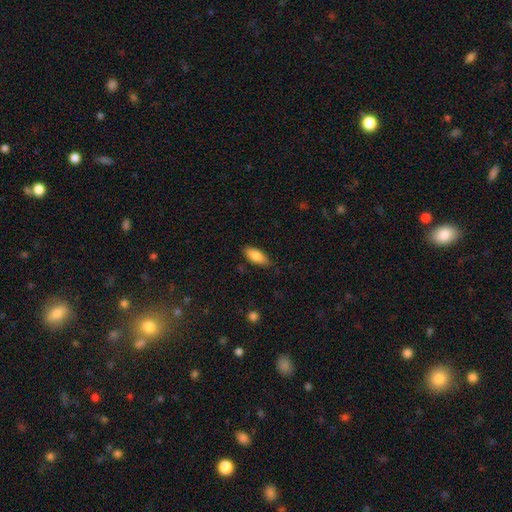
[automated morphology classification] smooth 82%, featured or disk 11%, star or artifact 6%. Down the decision tree: how rounded — in between (80%); merging — none (78%).